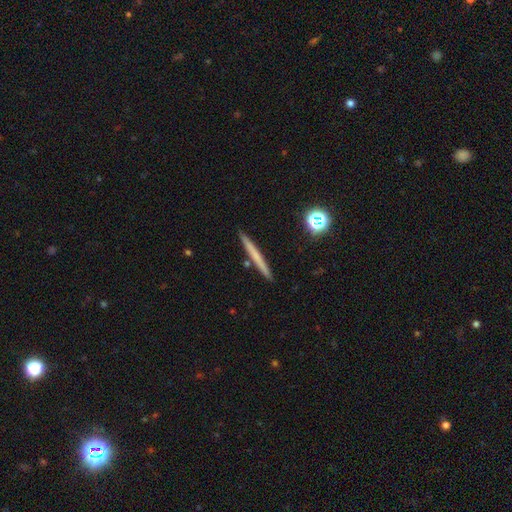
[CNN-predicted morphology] smooth 55%, featured or disk 37%, star or artifact 8%. Down the decision tree: how rounded — cigar-shaped (96%); merging — none (90%).